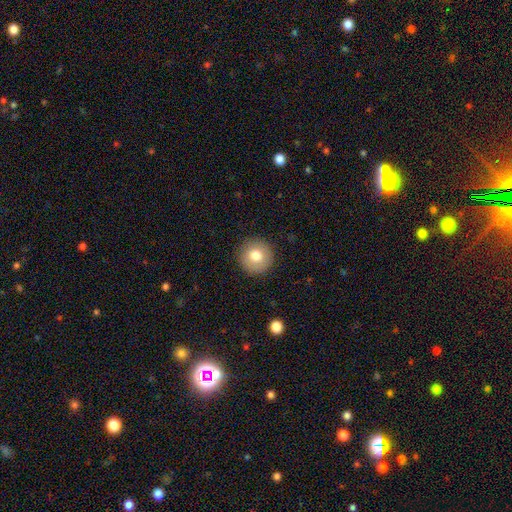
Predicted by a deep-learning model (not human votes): A smooth galaxy with no disk features (77%) that is round (95%). Merging: none (91%).